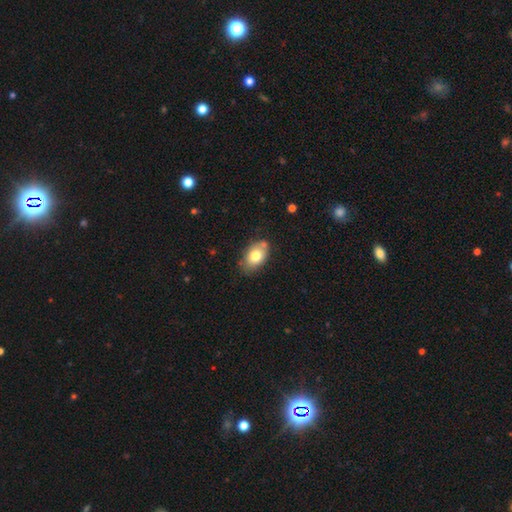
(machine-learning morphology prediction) This is likely a smooth galaxy (75%). How rounded: clearly in between (87%). Merging: likely none (69%).